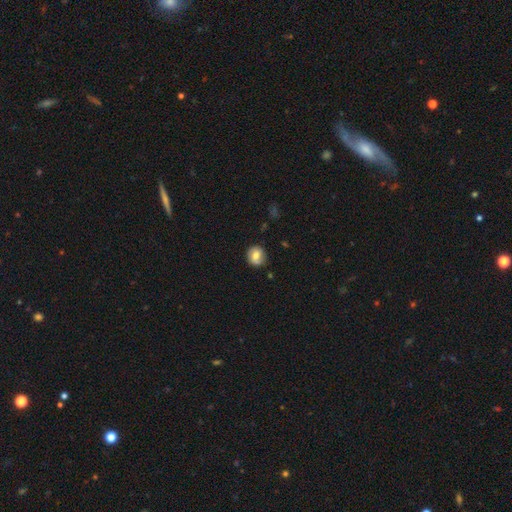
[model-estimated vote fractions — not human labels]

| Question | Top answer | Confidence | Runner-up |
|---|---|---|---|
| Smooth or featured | smooth | 64% | featured or disk (27%) |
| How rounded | round | 79% | in between (20%) |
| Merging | none | 79% | minor disturbance (15%) |